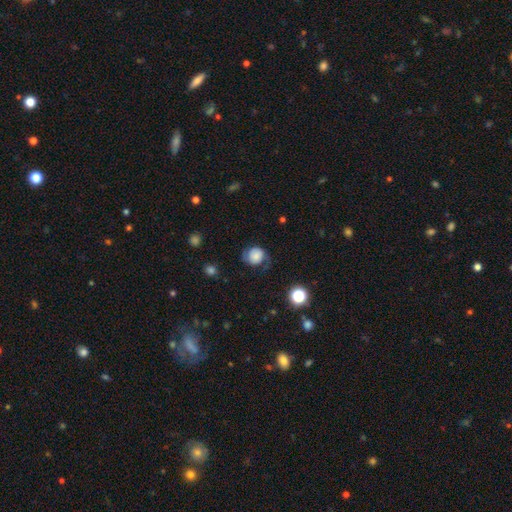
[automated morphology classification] Smooth or featured? smooth (55%)
How rounded? round (77%)
Merging? none (57%)